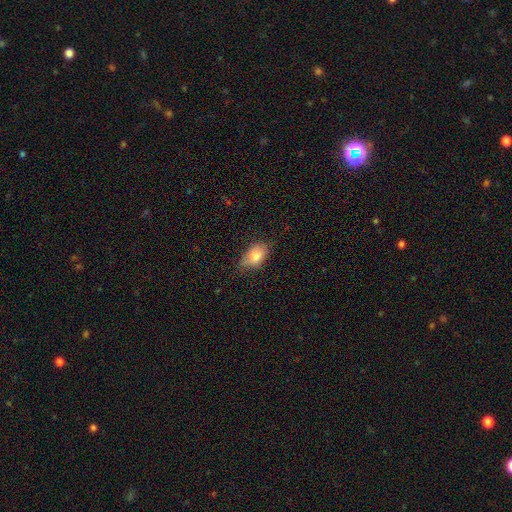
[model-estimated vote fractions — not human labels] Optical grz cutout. It shows a smooth galaxy with no disk features (83%) that is in between round and cigar-shaped (89%). Merging: none (63%).